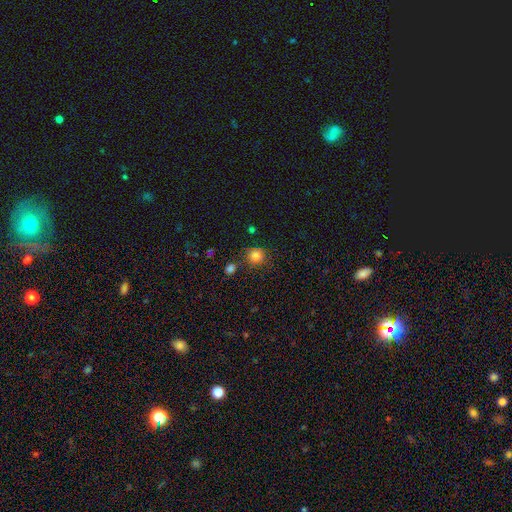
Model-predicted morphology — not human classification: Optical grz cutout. It shows a smooth galaxy with no disk features (82%) that is round (90%). Merging: none (77%).